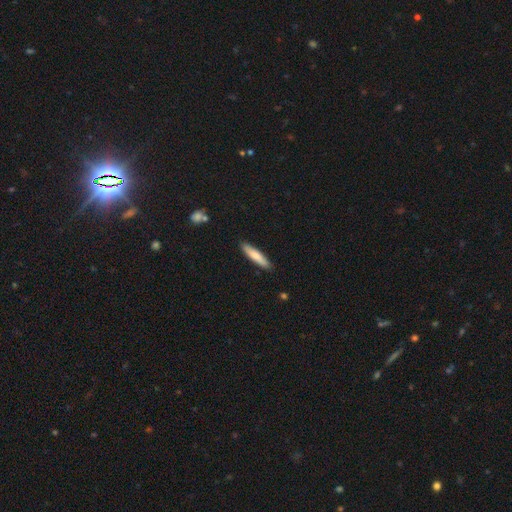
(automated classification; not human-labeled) Q: Smooth or featured?
A: smooth (74%); runner-up: featured or disk (20%)
Q: How rounded?
A: cigar-shaped (83%); runner-up: in between (15%)
Q: Merging?
A: none (89%); runner-up: minor disturbance (8%)